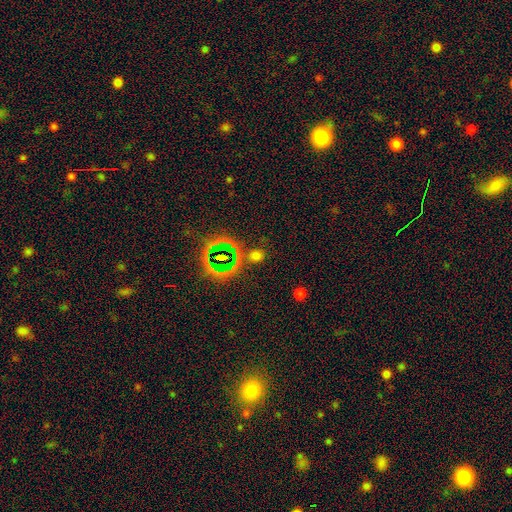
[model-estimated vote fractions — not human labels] This is possibly a smooth galaxy (53%). How rounded: clearly round (81%). Merging: likely none (78%).